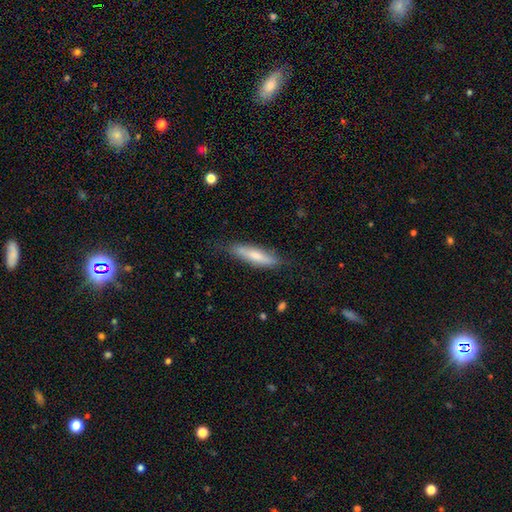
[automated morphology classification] The model was most divided on "smooth or featured": smooth: 66%, featured or disk: 29%, star or artifact: 6%. More confident: how rounded — cigar-shaped (76%); merging — none (75%).